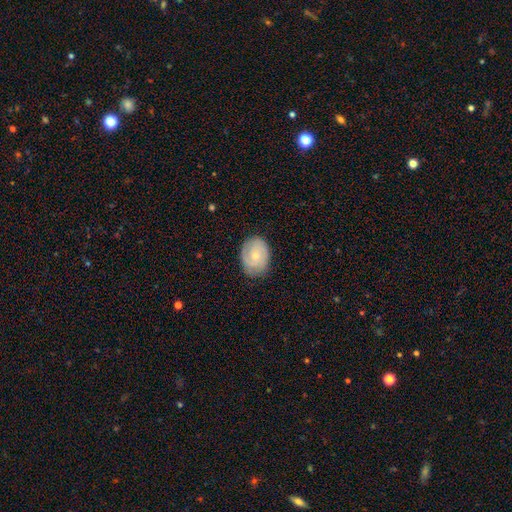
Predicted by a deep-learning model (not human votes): Q: Smooth or featured?
A: featured or disk (55%); runner-up: smooth (39%)
Q: Edge-on disk?
A: no (96%); runner-up: yes (4%)
Q: Bar?
A: no (79%); runner-up: weak (18%)
Q: Spiral arms?
A: yes (80%); runner-up: no (20%)
Q: Bulge size?
A: small (67%); runner-up: moderate (29%)
Q: Merging?
A: none (78%); runner-up: minor disturbance (17%)